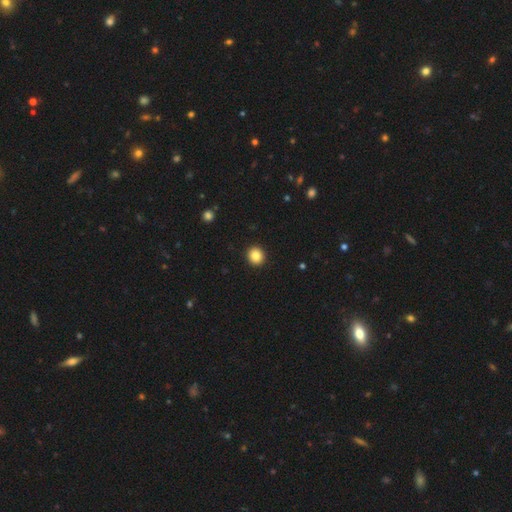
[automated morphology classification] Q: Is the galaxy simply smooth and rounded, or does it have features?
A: smooth — 86%.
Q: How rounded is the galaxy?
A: round — 86%.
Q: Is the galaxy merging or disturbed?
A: none — 93%.